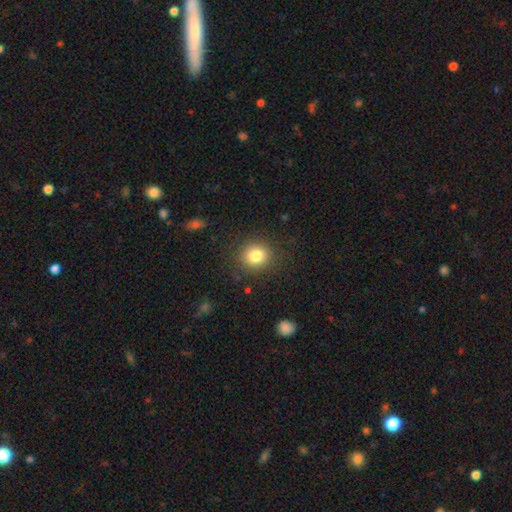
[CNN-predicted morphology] Smooth or featured? Predicted: smooth (p=0.82). How rounded? Predicted: round (p=0.81). Merging? Predicted: none (p=0.86).